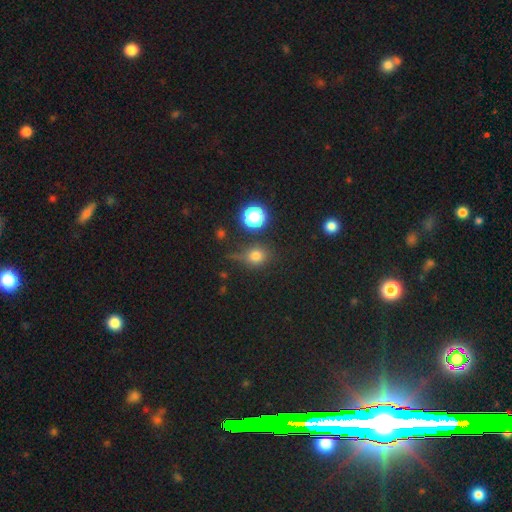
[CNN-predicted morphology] smooth-or-featured: smooth: 74% | star or artifact: 17% | featured or disk: 9%
  how-rounded: round: 74% | in between: 24% | cigar-shaped: 2%
  merging: none: 60% | minor disturbance: 21% | major disturbance: 11% | merger: 8%